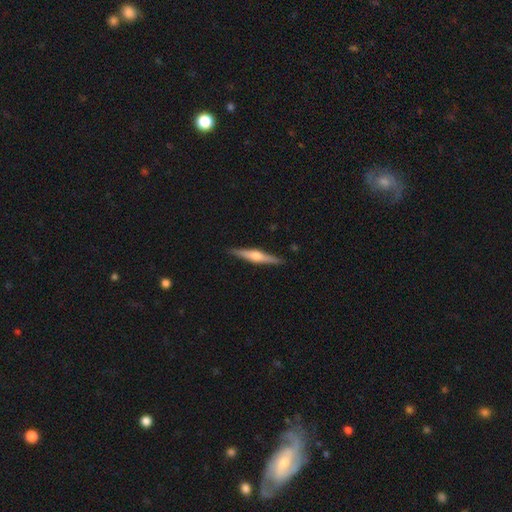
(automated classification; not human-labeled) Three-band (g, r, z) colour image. It shows a featured or disk galaxy (65%) viewed edge-on (97%) with a rounded central bulge (86%). Merging: none (90%).